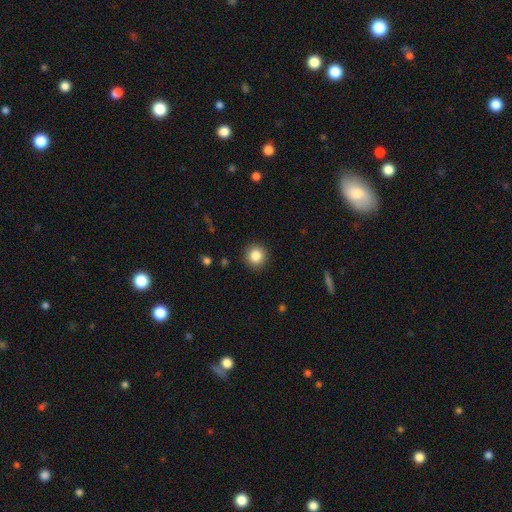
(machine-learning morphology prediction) Smooth or featured: smooth — 85% (star or artifact — 10%)
How rounded: round — 94% (in between — 5%)
Merging: none — 92% (minor disturbance — 5%)